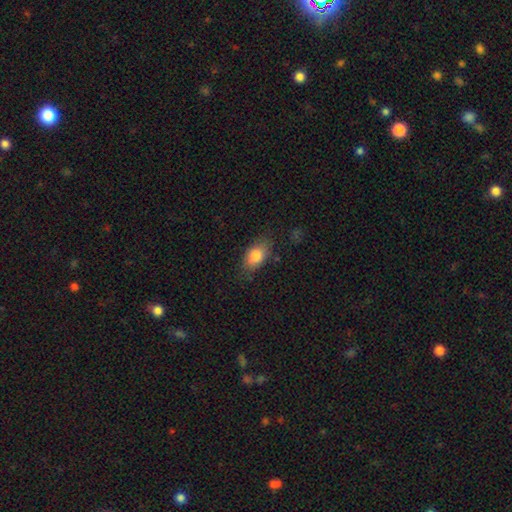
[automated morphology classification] Smooth or featured? smooth (81%)
How rounded? in between (86%)
Merging? none (75%)